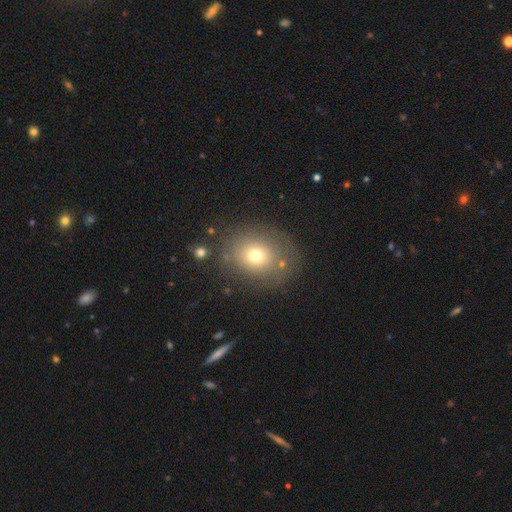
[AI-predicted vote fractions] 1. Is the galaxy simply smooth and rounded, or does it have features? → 70% smooth, 15% featured or disk, 15% star or artifact.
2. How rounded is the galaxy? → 63% round, 36% in between, 1% cigar-shaped.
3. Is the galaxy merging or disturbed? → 74% none, 14% minor disturbance, 7% major disturbance, 5% merger.